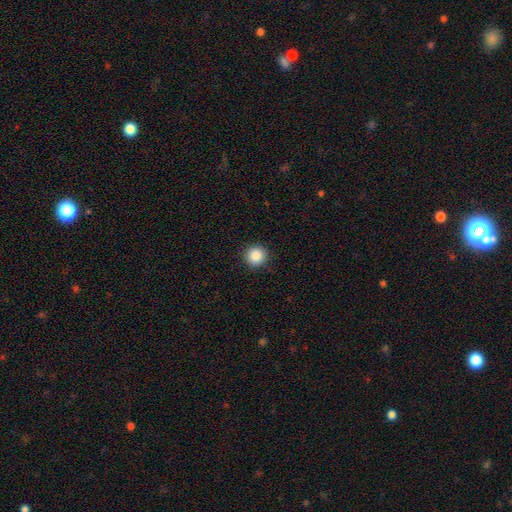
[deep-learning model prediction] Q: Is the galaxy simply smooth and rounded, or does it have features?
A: smooth — 86%.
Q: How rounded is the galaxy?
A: round — 95%.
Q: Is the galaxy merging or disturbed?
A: none — 92%.